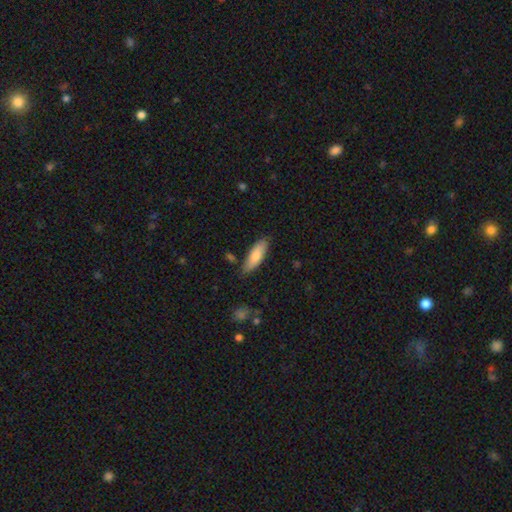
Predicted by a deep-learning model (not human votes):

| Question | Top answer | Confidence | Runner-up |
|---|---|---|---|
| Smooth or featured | smooth | 81% | featured or disk (14%) |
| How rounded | in between | 61% | cigar-shaped (38%) |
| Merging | none | 78% | minor disturbance (17%) |